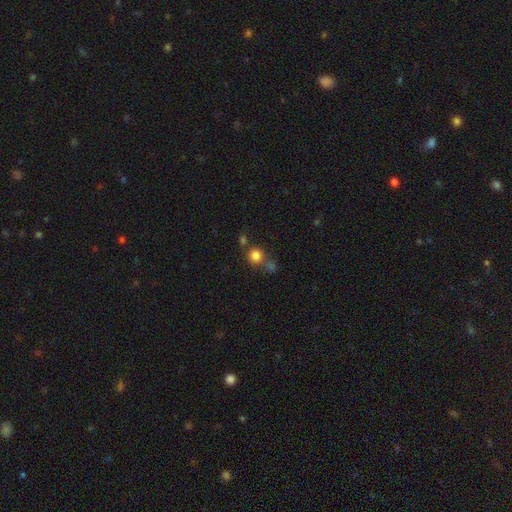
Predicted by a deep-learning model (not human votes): Smooth or featured? Predicted: smooth (p=0.81). How rounded? Predicted: round (p=0.91). Merging? Predicted: none (p=0.66).